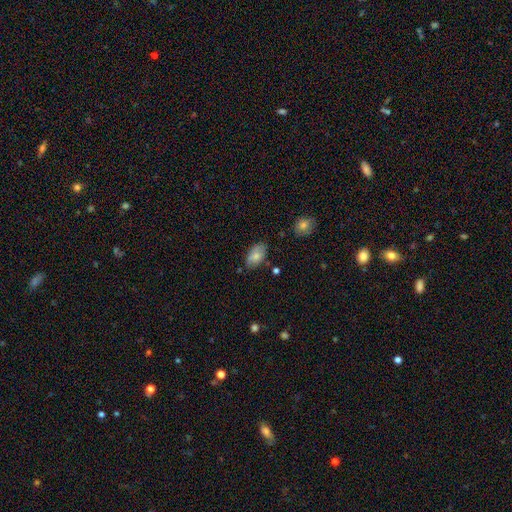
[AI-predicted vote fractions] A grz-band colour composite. It shows a smooth galaxy with no disk features (77%) that is in between round and cigar-shaped (94%). Merging: none (75%).